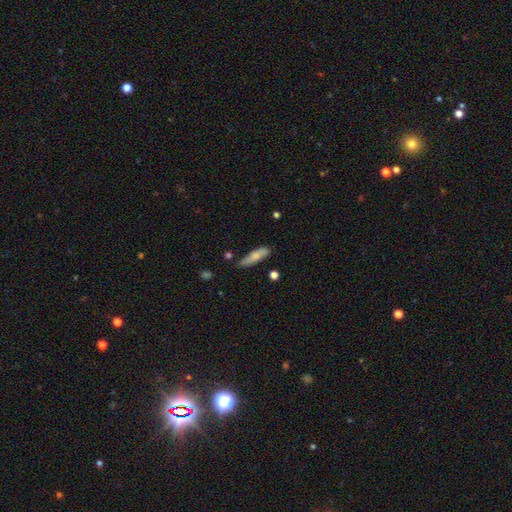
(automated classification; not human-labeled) Smooth or featured? Predicted: smooth (p=0.73). How rounded? Predicted: cigar-shaped (p=0.65). Merging? Predicted: none (p=0.70).